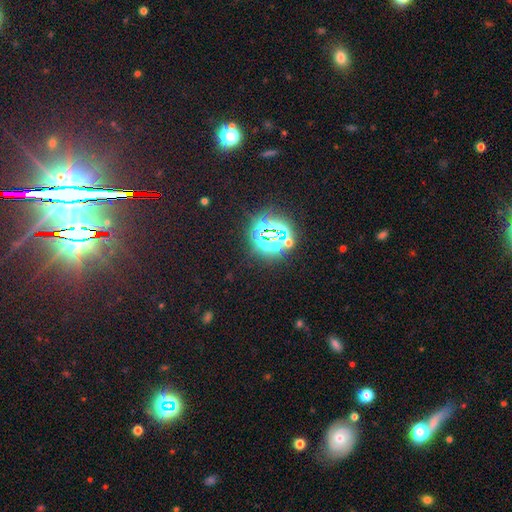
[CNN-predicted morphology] Smooth or featured? star or artifact (83%)